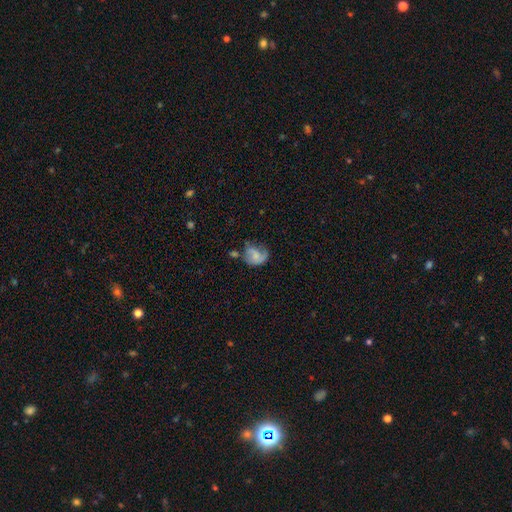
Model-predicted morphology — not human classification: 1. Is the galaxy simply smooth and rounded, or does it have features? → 46% featured or disk, 45% smooth, 9% star or artifact.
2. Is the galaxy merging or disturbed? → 34% none, 28% minor disturbance, 26% major disturbance, 11% merger.